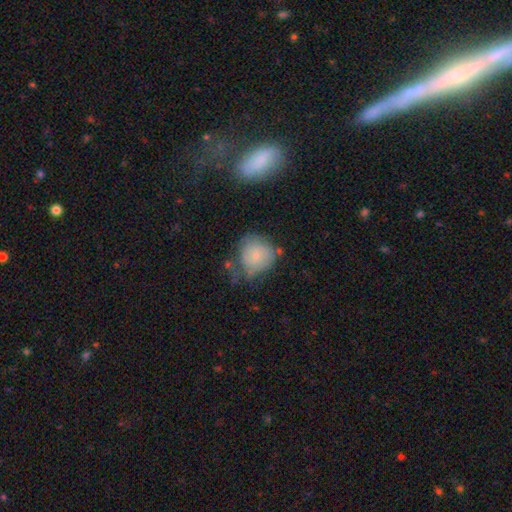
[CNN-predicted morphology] Smooth or featured? smooth (68%)
How rounded? round (83%)
Merging? none (46%)